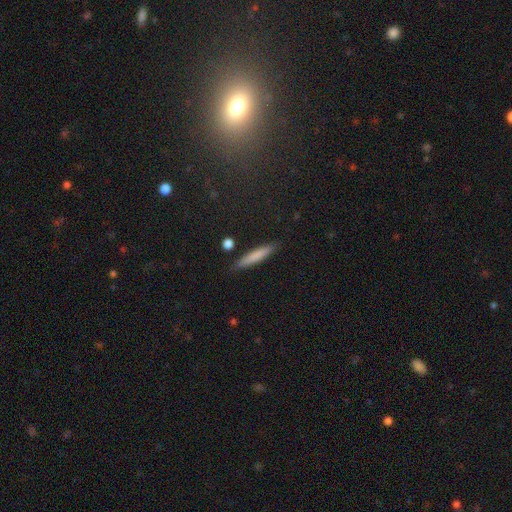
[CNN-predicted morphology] smooth_or_featured: smooth (p=0.74) [alt: featured or disk p=0.19]
how_rounded: cigar-shaped (p=0.91) [alt: in between p=0.07]
merging: none (p=0.86) [alt: minor disturbance p=0.10]